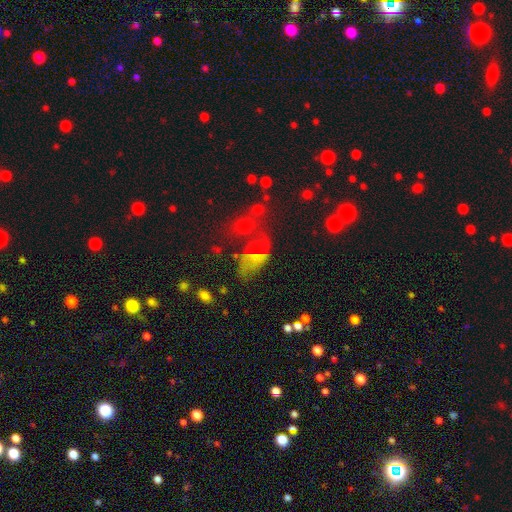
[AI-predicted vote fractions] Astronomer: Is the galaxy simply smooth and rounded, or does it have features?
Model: featured or disk — 39% (runner-up: smooth, 37%).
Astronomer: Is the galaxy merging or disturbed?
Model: none — 35% (runner-up: major disturbance, 25%).